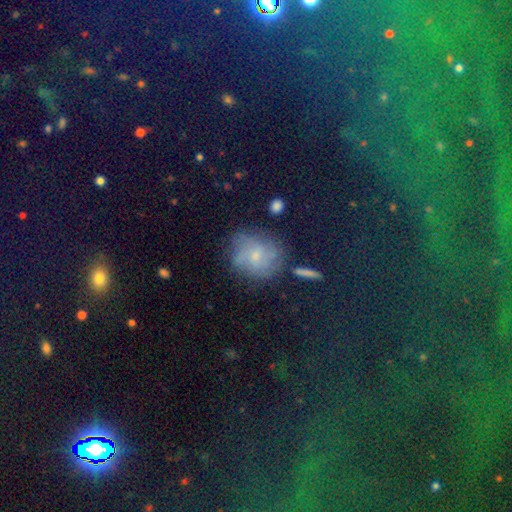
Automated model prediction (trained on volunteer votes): smooth-or-featured: featured or disk: 45% | smooth: 36% | star or artifact: 19%
  merging: none: 67% | minor disturbance: 21% | major disturbance: 9% | merger: 4%